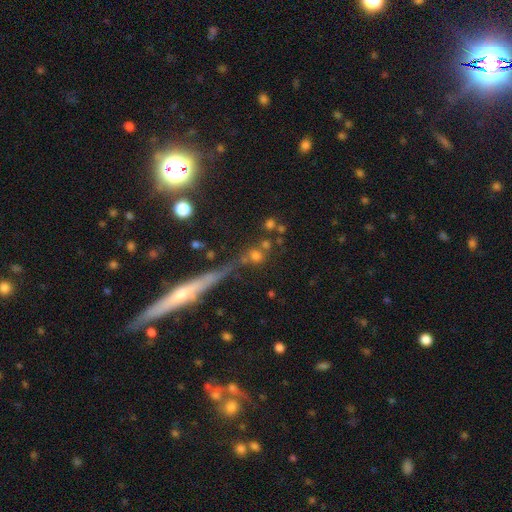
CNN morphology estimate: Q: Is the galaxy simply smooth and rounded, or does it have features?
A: smooth — 63%.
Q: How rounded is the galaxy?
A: round — 74%.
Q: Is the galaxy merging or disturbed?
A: none — 58%.